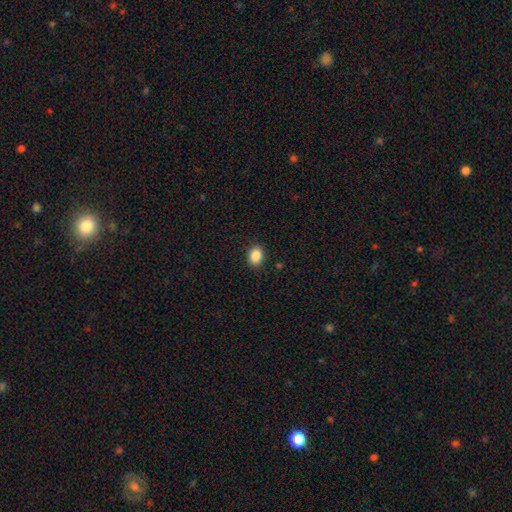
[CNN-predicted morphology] A smooth galaxy with no disk features (87%) that is in between round and cigar-shaped (59%).

Vote fractions:
- Smooth or featured? smooth: 87% / star or artifact: 9% / featured or disk: 4%
- How rounded? in between: 59% / round: 40% / cigar-shaped: 1%
- Merging? none: 89% / minor disturbance: 8% / major disturbance: 2% / merger: 1%